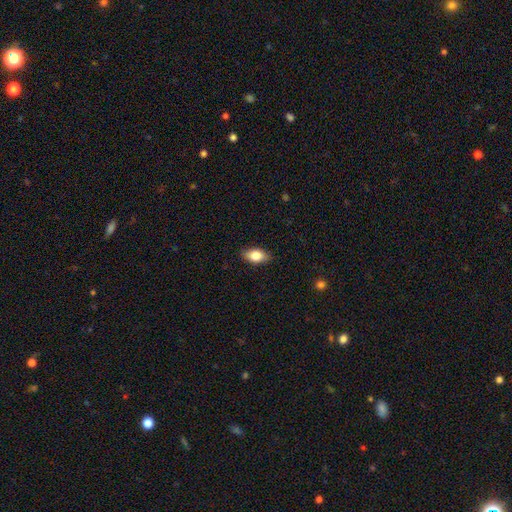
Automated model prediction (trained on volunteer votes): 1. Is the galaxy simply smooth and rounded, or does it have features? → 82% smooth, 11% featured or disk, 7% star or artifact.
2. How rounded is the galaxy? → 89% in between, 7% round, 4% cigar-shaped.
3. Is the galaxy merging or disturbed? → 86% none, 11% minor disturbance, 2% major disturbance, 1% merger.